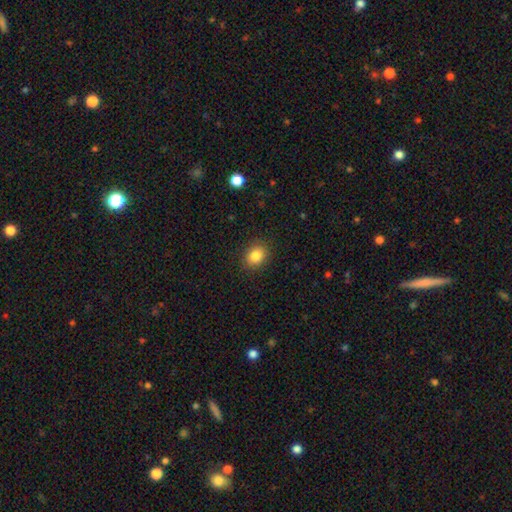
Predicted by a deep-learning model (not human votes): Morphology: type=smooth (85%); roundness=in between (51%); merging=none (88%).